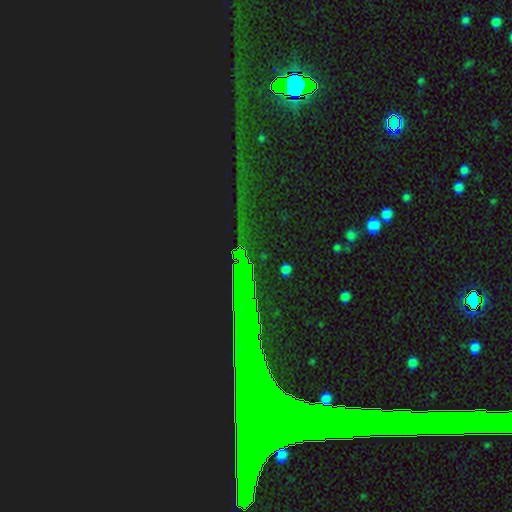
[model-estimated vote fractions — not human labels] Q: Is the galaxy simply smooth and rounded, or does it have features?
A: star or artifact — 81%.